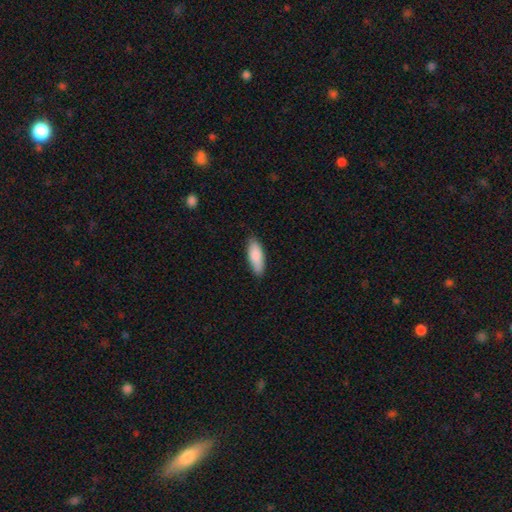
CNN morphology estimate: smooth_or_featured: smooth (p=0.86) [alt: featured or disk p=0.08]
how_rounded: in between (p=0.66) [alt: cigar-shaped p=0.32]
merging: none (p=0.86) [alt: minor disturbance p=0.11]